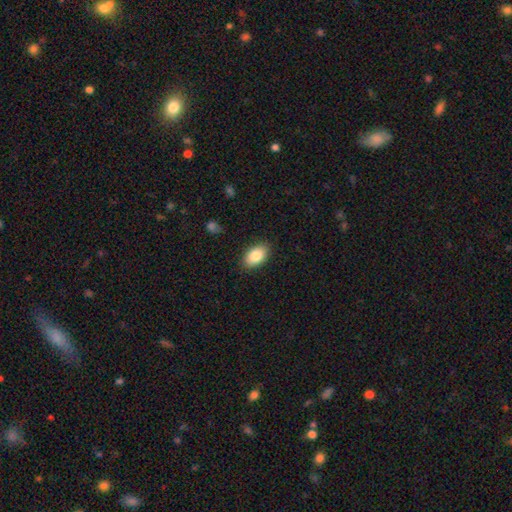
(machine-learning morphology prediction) The model was most divided on "smooth or featured": smooth: 85%, featured or disk: 8%, star or artifact: 7%. More confident: how rounded — in between (92%); merging — none (87%).